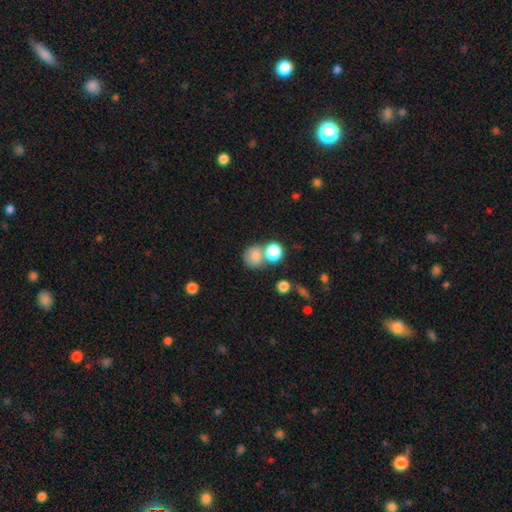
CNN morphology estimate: smooth_or_featured: smooth (p=0.78) [alt: star or artifact p=0.12]
how_rounded: round (p=0.78) [alt: in between p=0.21]
merging: none (p=0.48) [alt: merger p=0.36]